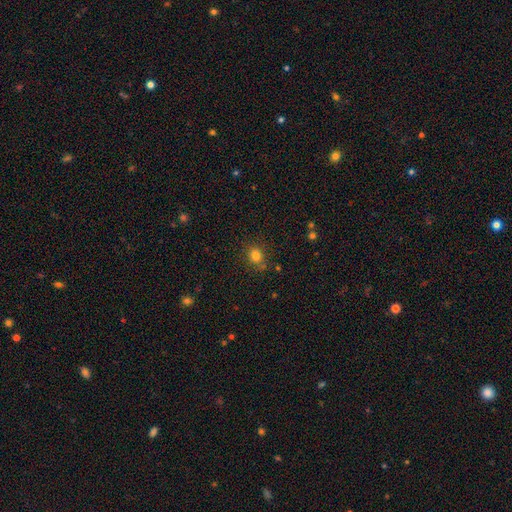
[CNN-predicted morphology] A smooth galaxy with no disk features (80%) that is round (66%).

Vote fractions:
- Smooth or featured? smooth: 80% / star or artifact: 14% / featured or disk: 6%
- How rounded? round: 66% / in between: 33% / cigar-shaped: 1%
- Merging? none: 77% / minor disturbance: 14% / merger: 5% / major disturbance: 4%